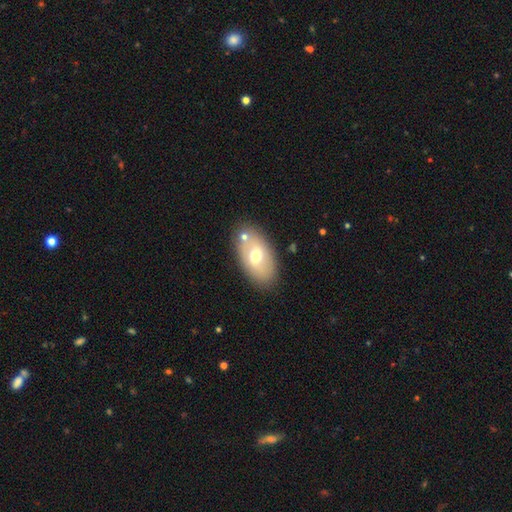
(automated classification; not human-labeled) This appears to be a smooth galaxy with no disk features (57%) that is in between round and cigar-shaped (92%). Merging: none (77%).